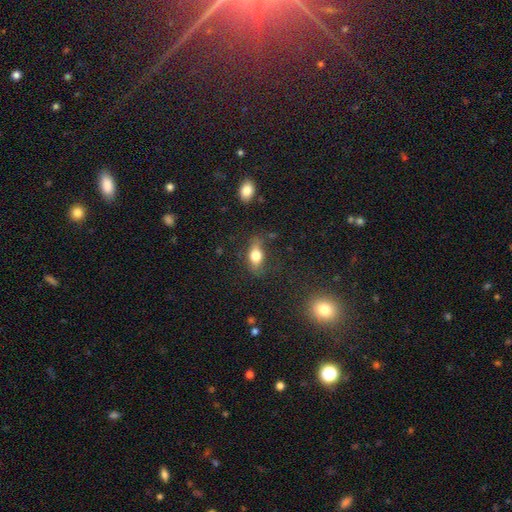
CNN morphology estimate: A smooth galaxy with no disk features (69%) that is in between round and cigar-shaped (75%).

Vote fractions:
- Smooth or featured? smooth: 69% / featured or disk: 21% / star or artifact: 9%
- How rounded? in between: 75% / cigar-shaped: 14% / round: 11%
- Merging? none: 69% / minor disturbance: 21% / major disturbance: 8% / merger: 2%